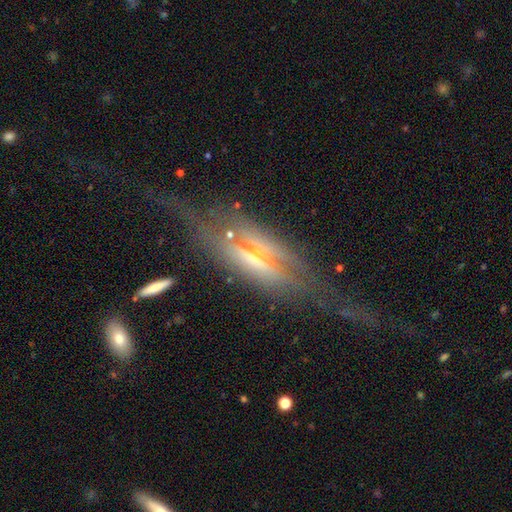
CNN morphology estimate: The model was most divided on "merging": none: 55%, minor disturbance: 22%, major disturbance: 19%, merger: 4%. More confident: edge-on bulge — rounded (83%); edge-on disk — yes (76%); smooth or featured — featured or disk (70%).